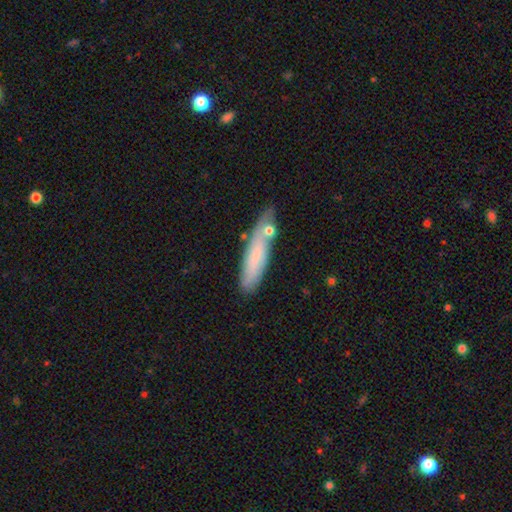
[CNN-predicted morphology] A smooth galaxy with no disk features (69%) that is cigar-shaped (79%).

Vote fractions:
- Smooth or featured? smooth: 69% / featured or disk: 24% / star or artifact: 7%
- How rounded? cigar-shaped: 79% / in between: 19% / round: 2%
- Merging? none: 70% / minor disturbance: 17% / merger: 9% / major disturbance: 4%